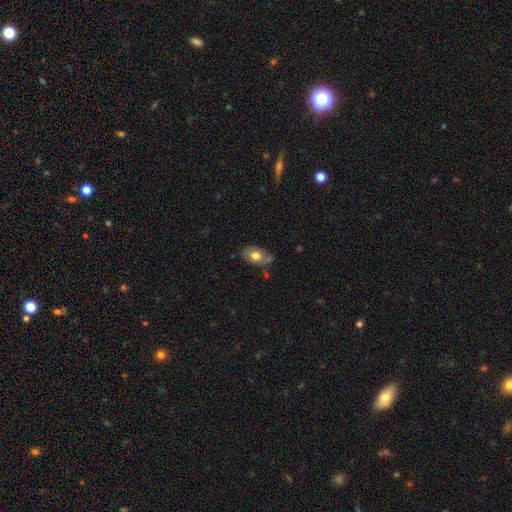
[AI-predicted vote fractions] smooth 68%, featured or disk 26%, star or artifact 7%. Down the decision tree: how rounded — in between (87%); merging — none (61%).